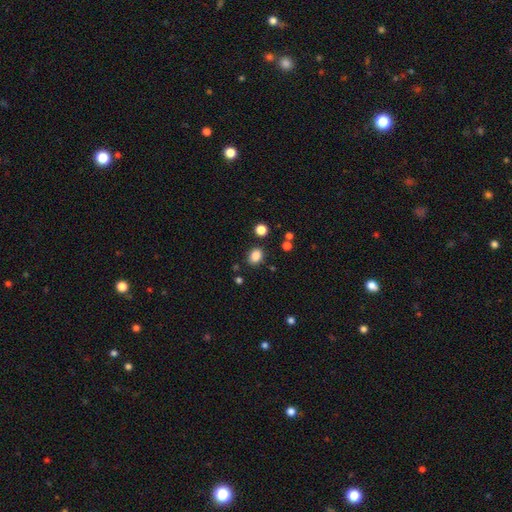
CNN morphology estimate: type=smooth (84%); roundness=in between (55%); merging=none (84%).